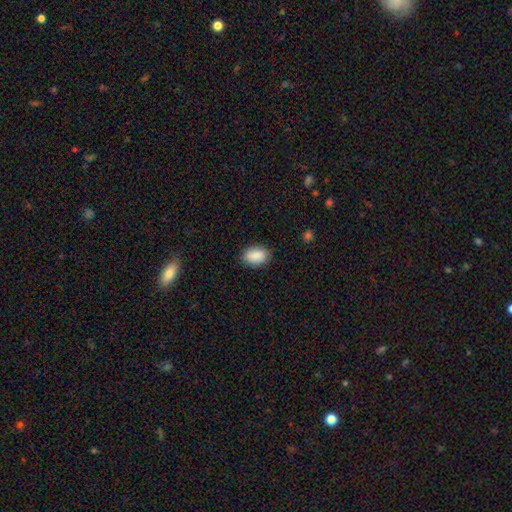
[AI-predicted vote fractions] smooth-or-featured: smooth: 88% | star or artifact: 7% | featured or disk: 5%
  how-rounded: in between: 84% | round: 15% | cigar-shaped: 1%
  merging: none: 86% | minor disturbance: 10% | major disturbance: 2% | merger: 1%